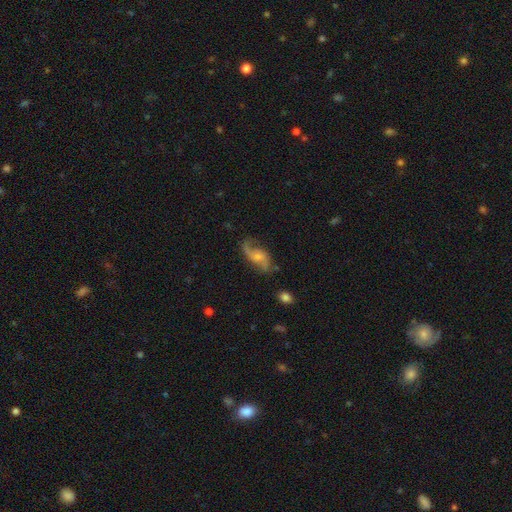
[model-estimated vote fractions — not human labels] The model was most divided on "bulge size": small: 49%, moderate: 37%, none: 10%, large: 4%, dominant: 1%. More confident: edge-on disk — no (95%); spiral arms — yes (95%); spiral arm count — 2 (85%); smooth or featured — featured or disk (80%); merging — none (70%); bar — no (60%); spiral winding — loose (58%).